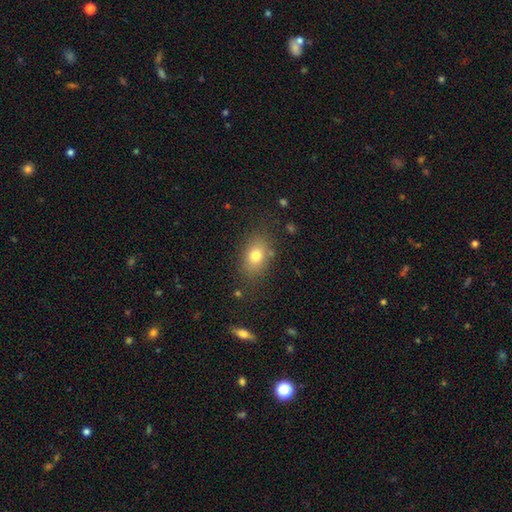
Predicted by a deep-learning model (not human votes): Smooth or featured? smooth (76%)
How rounded? in between (74%)
Merging? none (80%)